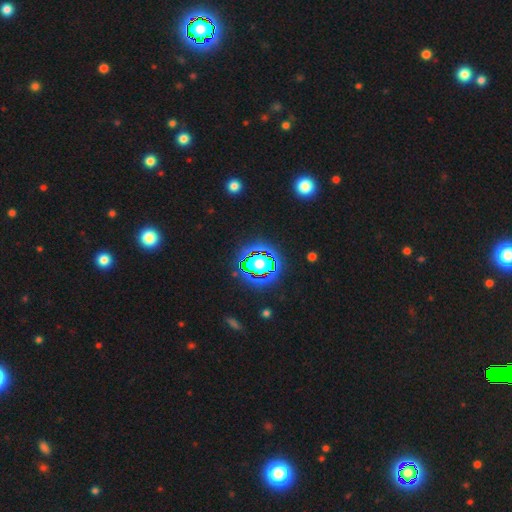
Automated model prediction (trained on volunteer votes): Smooth or featured: star or artifact — 81% (smooth — 12%)